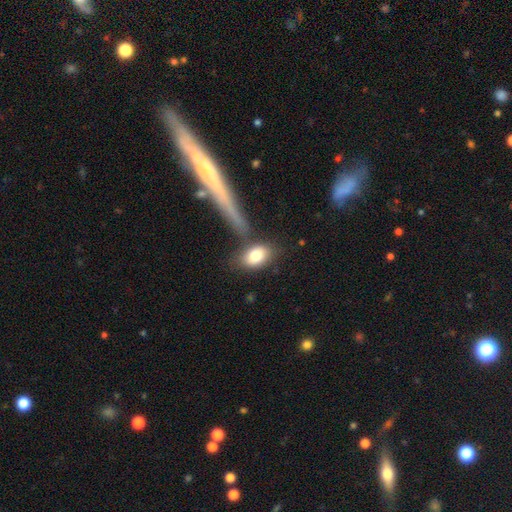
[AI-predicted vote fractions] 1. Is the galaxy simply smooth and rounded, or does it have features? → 80% smooth, 13% featured or disk, 7% star or artifact.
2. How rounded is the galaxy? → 83% in between, 13% round, 4% cigar-shaped.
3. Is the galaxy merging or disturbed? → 66% none, 15% merger, 13% minor disturbance, 5% major disturbance.